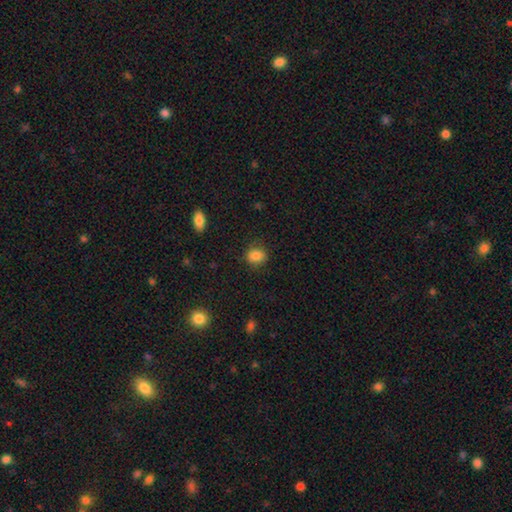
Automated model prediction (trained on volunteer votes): Smooth or featured? smooth (84%)
How rounded? round (61%)
Merging? none (82%)